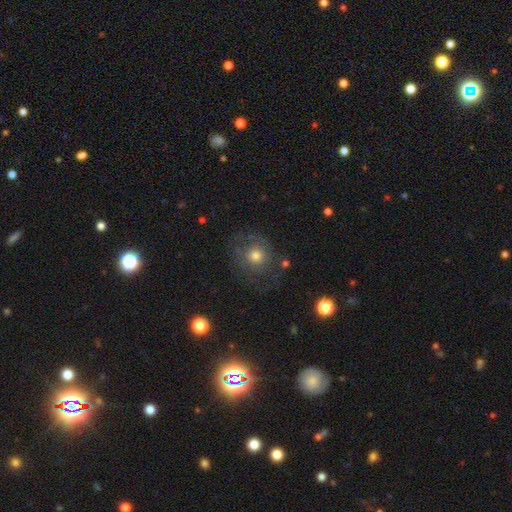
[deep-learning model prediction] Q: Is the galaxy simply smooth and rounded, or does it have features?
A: smooth — 53%.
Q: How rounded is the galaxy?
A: round — 85%.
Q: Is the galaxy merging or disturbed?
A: none — 67%.